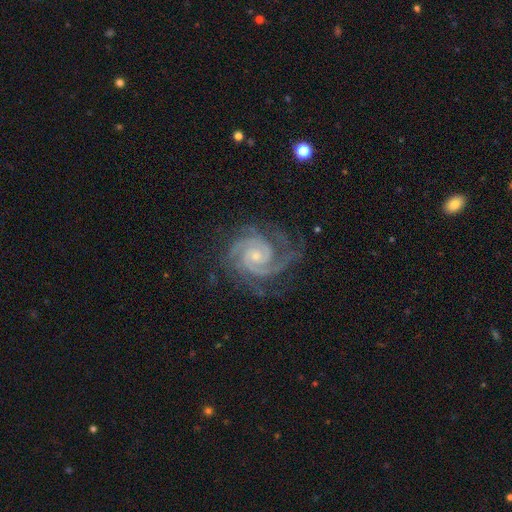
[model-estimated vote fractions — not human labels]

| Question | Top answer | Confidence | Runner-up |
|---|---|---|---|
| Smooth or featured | featured or disk | 93% | star or artifact (4%) |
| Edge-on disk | no | 98% | yes (2%) |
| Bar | no | 66% | weak (26%) |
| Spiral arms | yes | 99% | no (1%) |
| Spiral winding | tight | 70% | medium (27%) |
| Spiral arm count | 2 | 54% | 3 (28%) |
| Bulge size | small | 68% | moderate (26%) |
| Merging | none | 73% | minor disturbance (18%) |